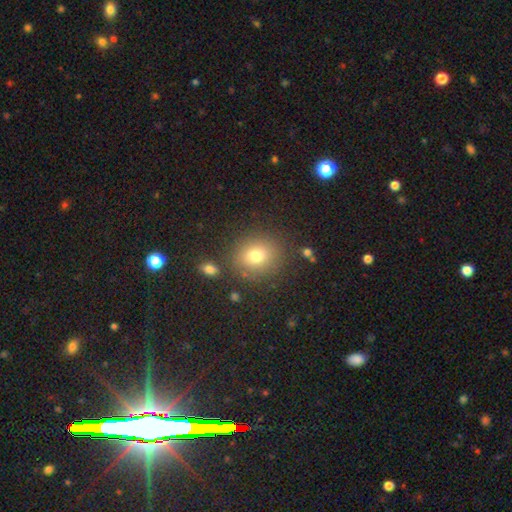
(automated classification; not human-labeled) smooth_or_featured: smooth (p=0.77) [alt: star or artifact p=0.14]
how_rounded: round (p=0.70) [alt: in between p=0.29]
merging: none (p=0.83) [alt: minor disturbance p=0.10]